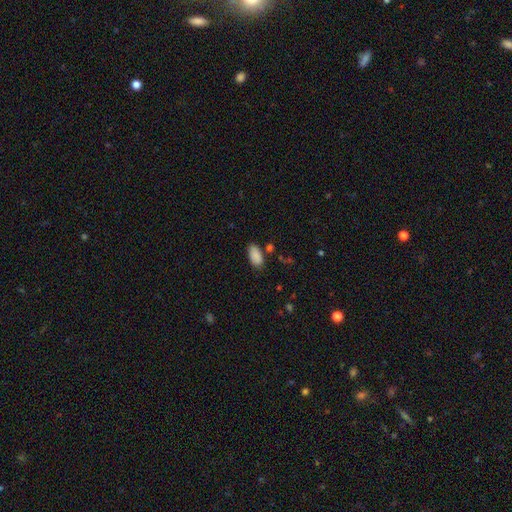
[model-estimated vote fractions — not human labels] smooth_or_featured: smooth (p=0.88) [alt: star or artifact p=0.08]
how_rounded: in between (p=0.93) [alt: cigar-shaped p=0.04]
merging: none (p=0.77) [alt: minor disturbance p=0.16]